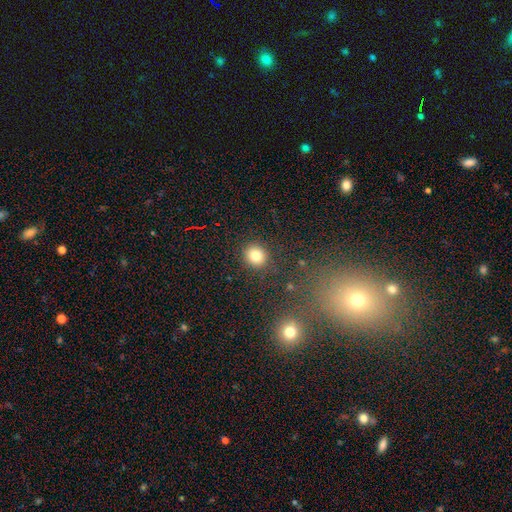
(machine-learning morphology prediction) A smooth galaxy with no disk features (81%) that is round (84%).

Vote fractions:
- Smooth or featured? smooth: 81% / star or artifact: 12% / featured or disk: 7%
- How rounded? round: 84% / in between: 15% / cigar-shaped: 1%
- Merging? none: 88% / minor disturbance: 7% / major disturbance: 3% / merger: 2%